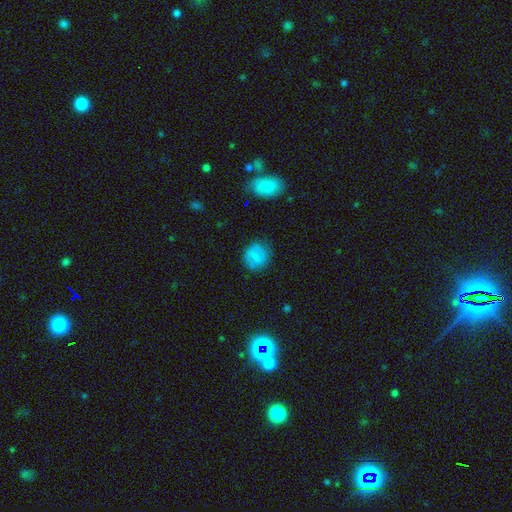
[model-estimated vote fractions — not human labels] Morphology: type=smooth (74%); roundness=round (78%); merging=none (78%).